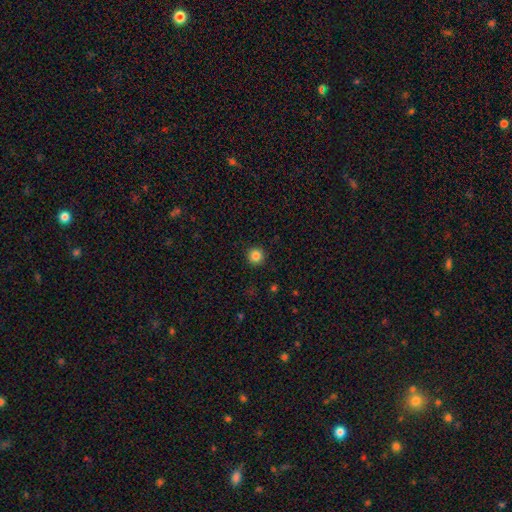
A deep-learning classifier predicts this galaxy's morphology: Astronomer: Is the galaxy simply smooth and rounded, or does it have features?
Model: smooth — 85%.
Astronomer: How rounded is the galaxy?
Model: round — 95%.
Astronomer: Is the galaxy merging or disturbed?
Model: none — 93%.